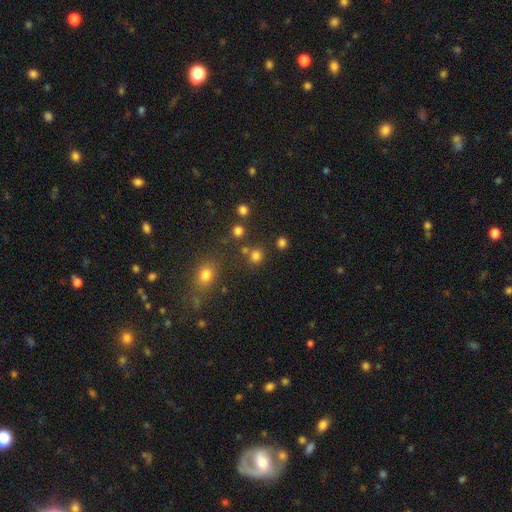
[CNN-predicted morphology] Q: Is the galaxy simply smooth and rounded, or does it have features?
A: smooth — 76%.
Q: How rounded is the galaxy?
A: round — 86%.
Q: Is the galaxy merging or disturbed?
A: none — 73%.